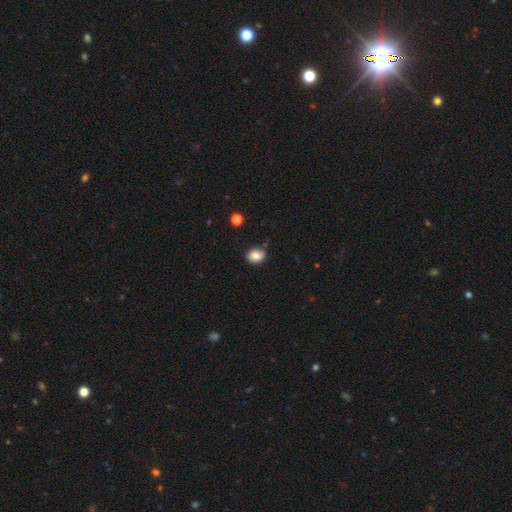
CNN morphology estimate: Smooth or featured?
  - smooth: 83% *
  - star or artifact: 10%
  - featured or disk: 8%
How rounded?
  - in between: 52% *
  - round: 47%
  - cigar-shaped: 1%
Merging?
  - none: 71% *
  - minor disturbance: 22%
  - merger: 4%
  - major disturbance: 4%